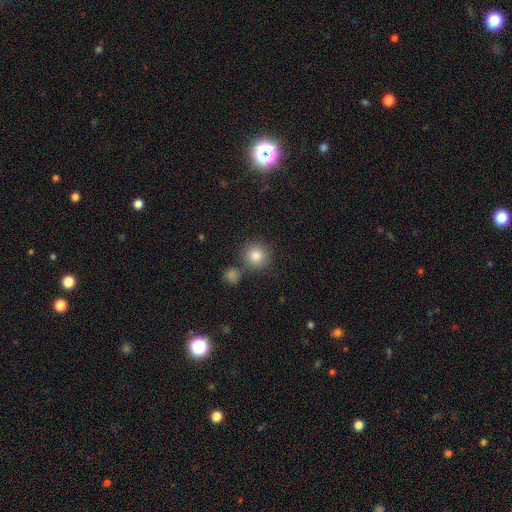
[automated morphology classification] The model was most divided on "merging": none: 73%, merger: 14%, minor disturbance: 9%, major disturbance: 3%. More confident: how rounded — round (93%); smooth or featured — smooth (84%).